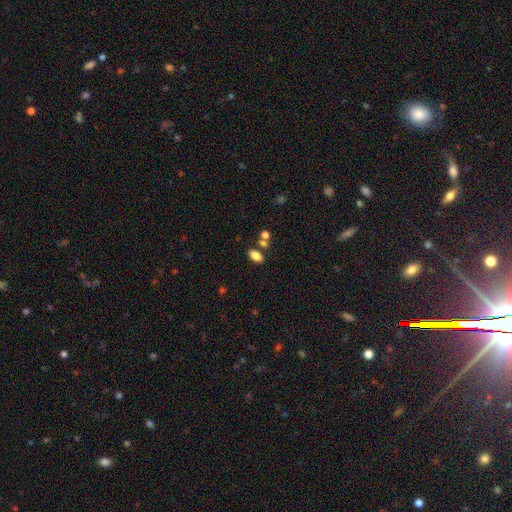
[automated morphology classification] Overall: smooth (82%). How rounded: in between (89%). Merging: none (74%).